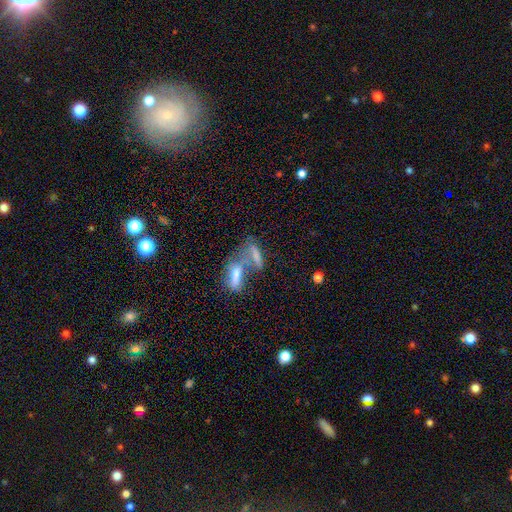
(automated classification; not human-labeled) smooth 61%, featured or disk 27%, star or artifact 12%. Down the decision tree: how rounded — cigar-shaped (50%); merging — merger (63%).